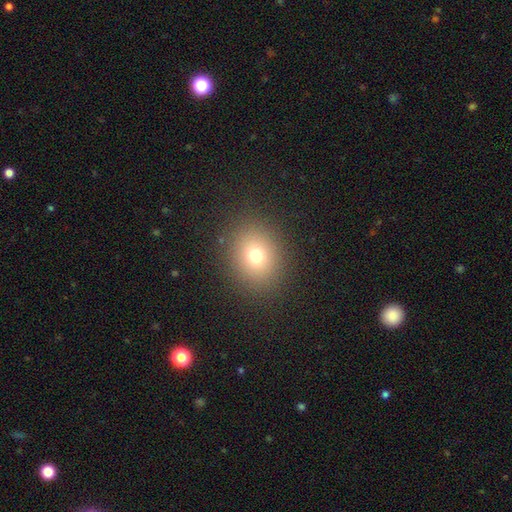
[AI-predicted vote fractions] smooth-or-featured: smooth: 74% | star or artifact: 16% | featured or disk: 10%
  how-rounded: round: 69% | in between: 31% | cigar-shaped: 1%
  merging: none: 88% | minor disturbance: 7% | major disturbance: 4% | merger: 1%